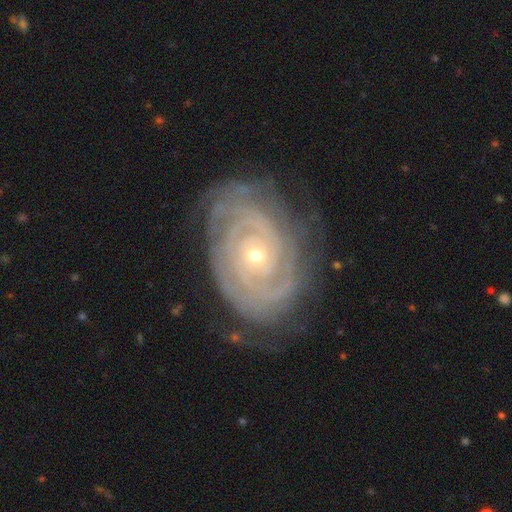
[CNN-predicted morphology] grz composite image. It shows a featured or disk galaxy (90%) with no bar (77%), 2 (29%) tight (85%) spiral arms (97%) and a small central bulge (68%). Merging: none (77%).